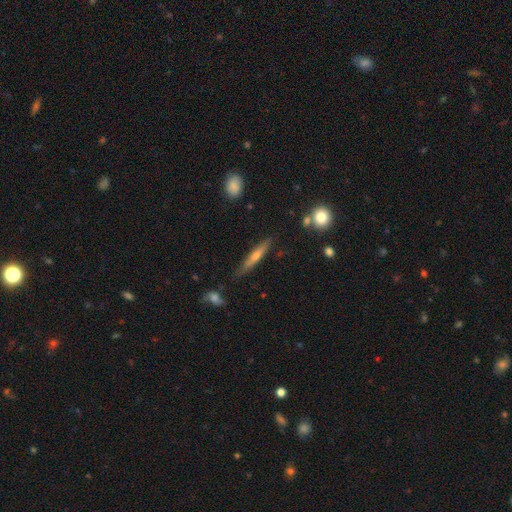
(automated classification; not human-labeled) Smooth or featured? featured or disk (50%)
Merging? none (81%)